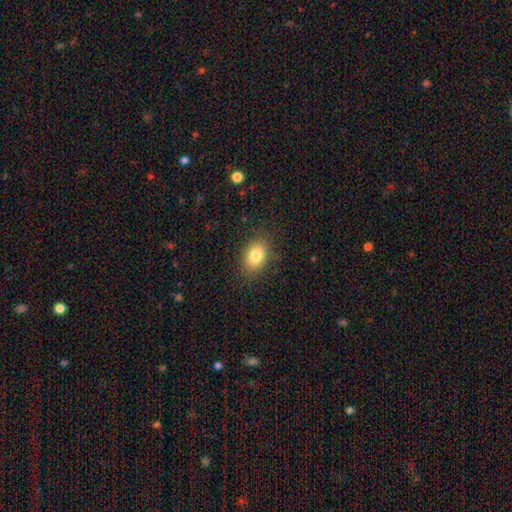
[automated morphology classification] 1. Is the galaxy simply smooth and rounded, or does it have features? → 82% smooth, 10% star or artifact, 8% featured or disk.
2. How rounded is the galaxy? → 71% in between, 27% round, 1% cigar-shaped.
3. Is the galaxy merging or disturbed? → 84% none, 11% minor disturbance, 3% major disturbance, 1% merger.